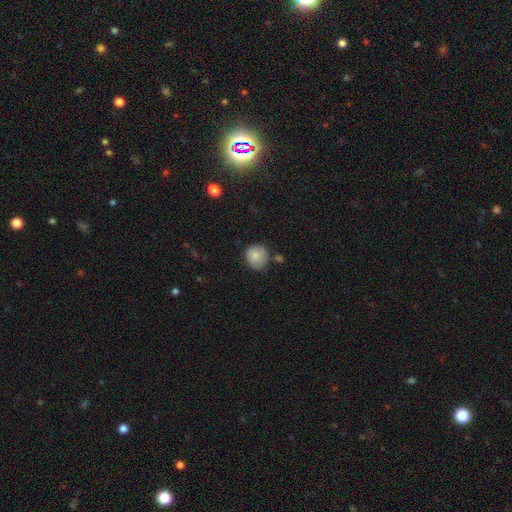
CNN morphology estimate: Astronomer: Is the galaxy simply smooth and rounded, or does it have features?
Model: smooth — 78%.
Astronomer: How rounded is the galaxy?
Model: round — 84%.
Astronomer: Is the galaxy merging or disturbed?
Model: none — 66%.